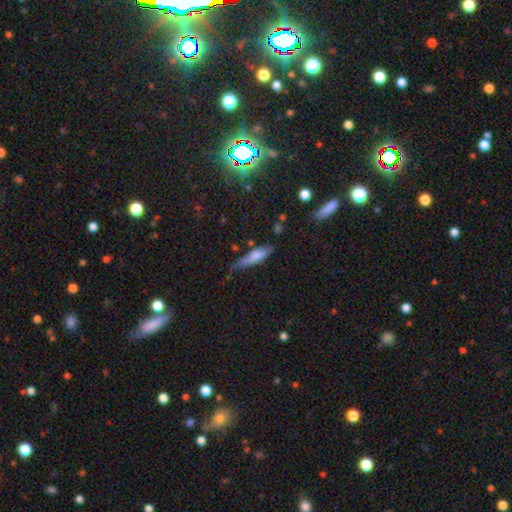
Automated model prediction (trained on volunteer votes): smooth_or_featured: smooth (p=0.70) [alt: featured or disk p=0.22]
how_rounded: cigar-shaped (p=0.63) [alt: in between p=0.35]
merging: none (p=0.54) [alt: minor disturbance p=0.32]